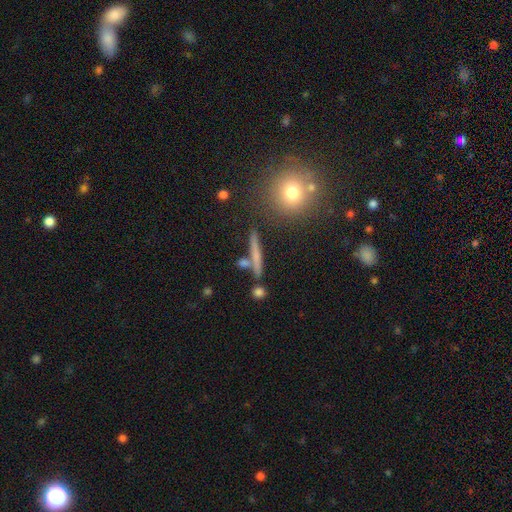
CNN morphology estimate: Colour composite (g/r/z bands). It shows a smooth galaxy with no disk features (52%) that is cigar-shaped (83%). Merging: none (77%).